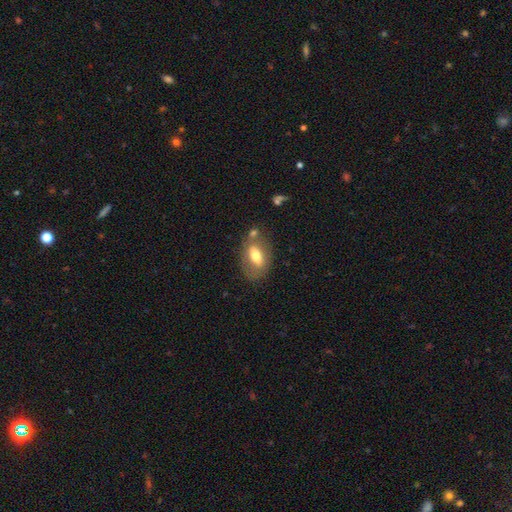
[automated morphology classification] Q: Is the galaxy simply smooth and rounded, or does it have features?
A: smooth — 61%.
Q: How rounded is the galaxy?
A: in between — 86%.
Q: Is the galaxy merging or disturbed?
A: none — 60%.